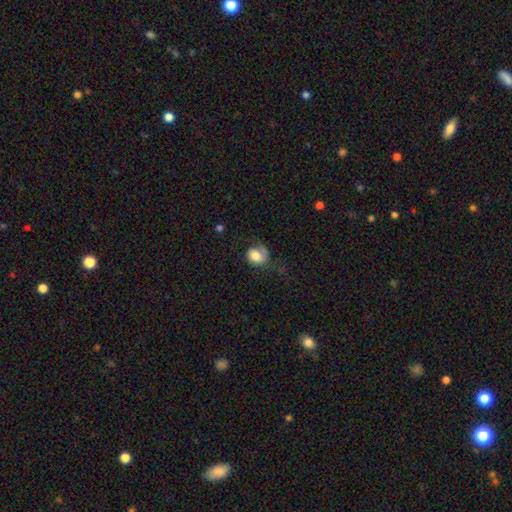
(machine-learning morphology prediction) smooth_or_featured: smooth (p=0.70) [alt: featured or disk p=0.22]
how_rounded: round (p=0.59) [alt: in between p=0.40]
merging: none (p=0.41) [alt: major disturbance p=0.29]